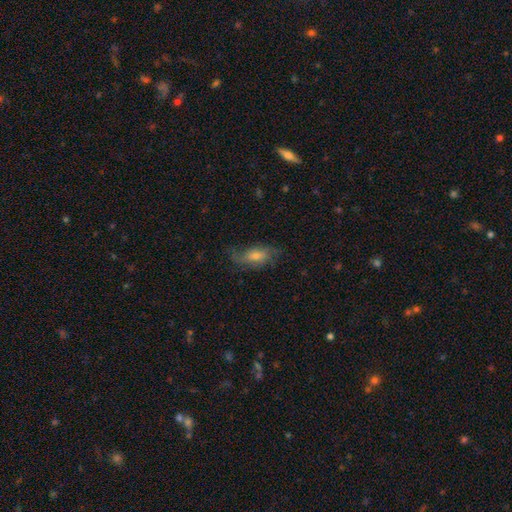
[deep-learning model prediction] smooth-or-featured: featured or disk: 52% | smooth: 38% | star or artifact: 10%
  disk-edge-on: no: 84% | yes: 16%
  merging: none: 62% | minor disturbance: 24% | major disturbance: 13% | merger: 2%